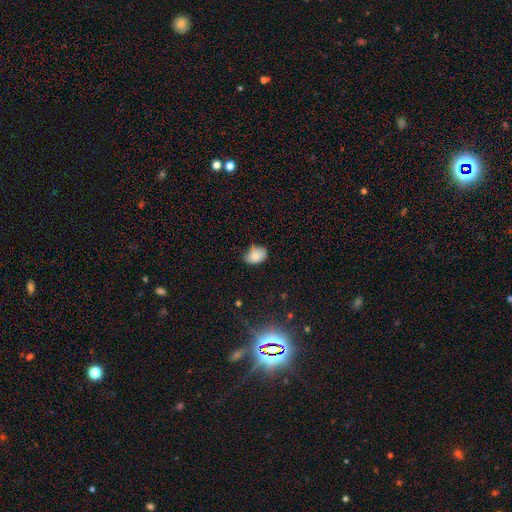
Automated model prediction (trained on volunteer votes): A smooth galaxy with no disk features (84%) that is in between round and cigar-shaped (76%).

Vote fractions:
- Smooth or featured? smooth: 84% / star or artifact: 9% / featured or disk: 7%
- How rounded? in between: 76% / round: 23% / cigar-shaped: 1%
- Merging? none: 63% / minor disturbance: 31% / major disturbance: 5% / merger: 2%